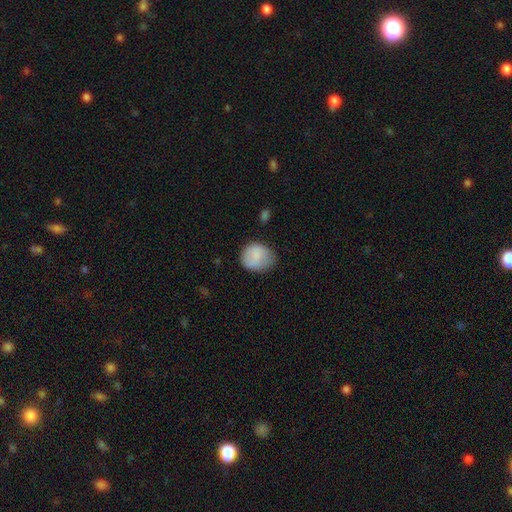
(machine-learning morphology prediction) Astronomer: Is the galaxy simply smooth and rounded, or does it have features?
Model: smooth — 81%.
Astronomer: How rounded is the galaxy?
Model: round — 67%.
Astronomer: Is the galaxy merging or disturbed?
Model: none — 61%.